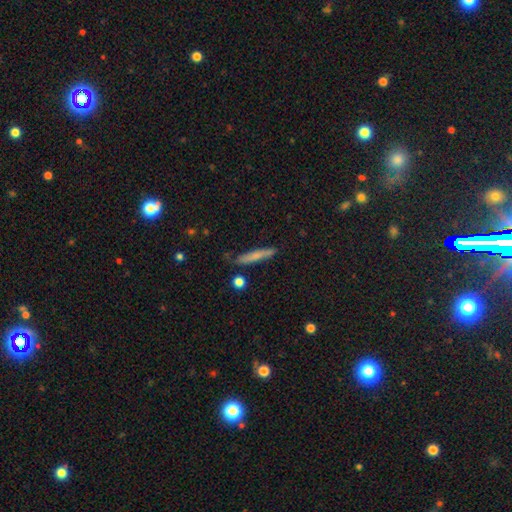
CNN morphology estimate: smooth-or-featured: smooth: 69% | featured or disk: 24% | star or artifact: 7%
  how-rounded: cigar-shaped: 92% | in between: 6% | round: 2%
  merging: none: 81% | minor disturbance: 13% | merger: 3% | major disturbance: 3%